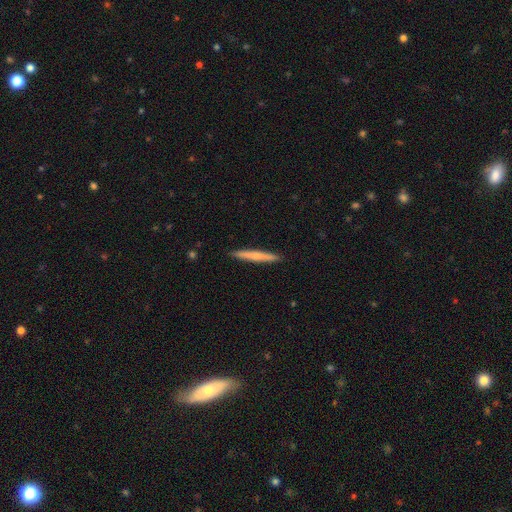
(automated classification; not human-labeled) A smooth galaxy with no disk features (64%) that is cigar-shaped (96%).

Vote fractions:
- Smooth or featured? smooth: 64% / featured or disk: 30% / star or artifact: 5%
- How rounded? cigar-shaped: 96% / in between: 2% / round: 1%
- Merging? none: 92% / minor disturbance: 6% / major disturbance: 1% / merger: 1%